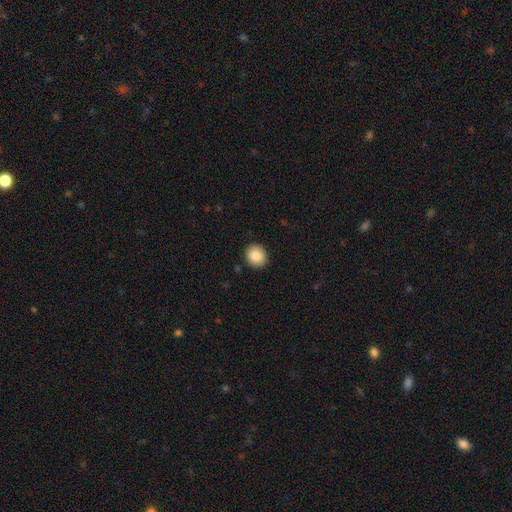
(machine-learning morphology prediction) Smooth or featured? smooth (88%)
How rounded? round (82%)
Merging? none (91%)